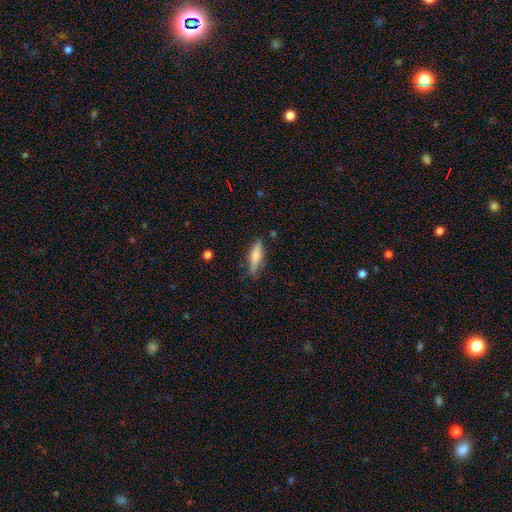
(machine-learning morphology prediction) Smooth or featured? Predicted: smooth (p=0.64). How rounded? Predicted: cigar-shaped (p=0.68). Merging? Predicted: none (p=0.78).